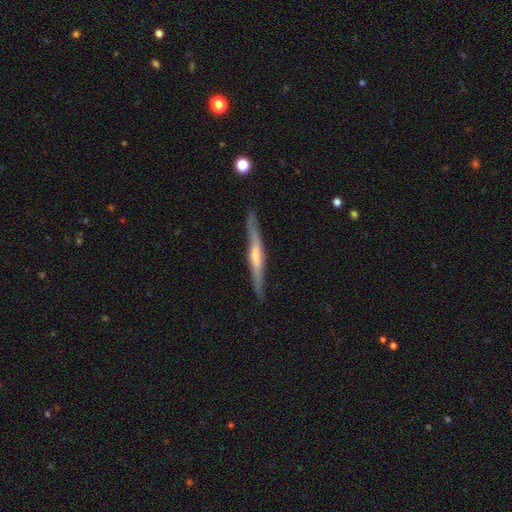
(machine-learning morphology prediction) This is likely a featured or disk galaxy (63%). It is clearly viewed edge-on (95%). Edge-on bulge: possibly rounded (49%). Merging: clearly none (86%).